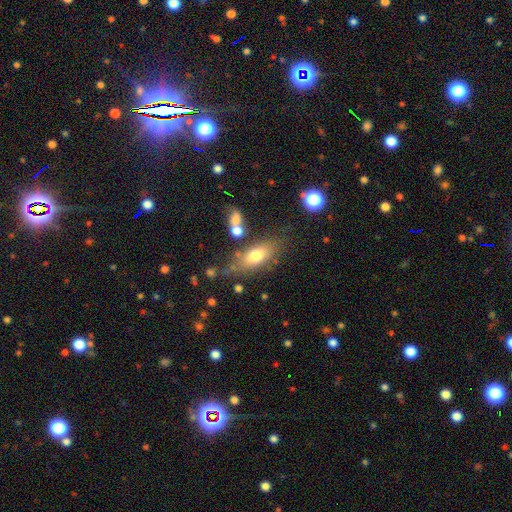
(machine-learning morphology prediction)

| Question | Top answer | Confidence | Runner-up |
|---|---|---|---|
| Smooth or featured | smooth | 70% | featured or disk (21%) |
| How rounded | in between | 76% | cigar-shaped (18%) |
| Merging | none | 66% | minor disturbance (17%) |